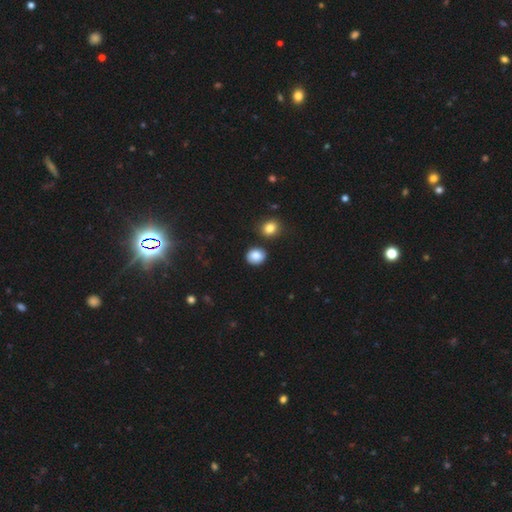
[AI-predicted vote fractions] smooth 86%, star or artifact 9%, featured or disk 5%. Down the decision tree: how rounded — round (67%); merging — none (83%).